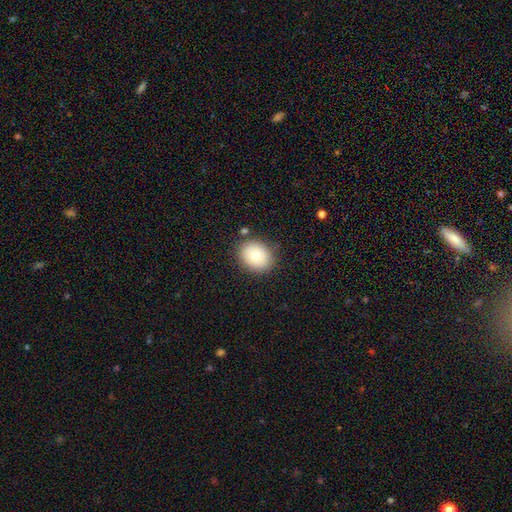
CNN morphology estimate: Smooth or featured: smooth — 73% (featured or disk — 17%)
How rounded: round — 59% (in between — 40%)
Merging: none — 83% (minor disturbance — 11%)